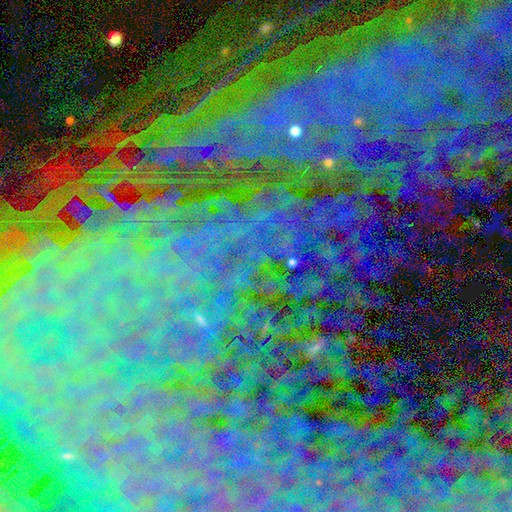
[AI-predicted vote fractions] A star or artifact, not a galaxy (82%).